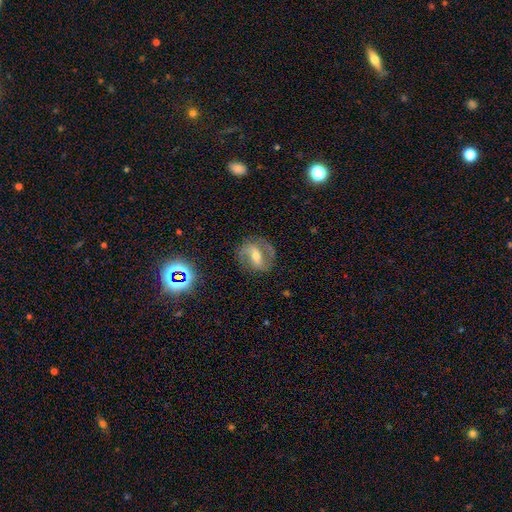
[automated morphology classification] This is likely a featured or disk galaxy (75%). It is clearly not viewed edge-on (95%). Bar: possibly strong (51%). Spiral arm pattern: clearly yes (87%). Spiral arm count: clearly 2 (86%). Spiral winding: possibly medium (49%). Central bulge: possibly moderate (59%). Merging: likely none (80%).